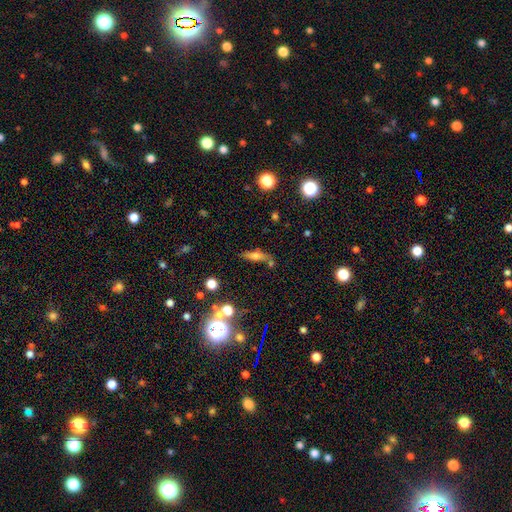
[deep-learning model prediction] Q: Smooth or featured?
A: smooth (54%); runner-up: featured or disk (33%)
Q: How rounded?
A: cigar-shaped (55%); runner-up: in between (40%)
Q: Merging?
A: none (65%); runner-up: minor disturbance (17%)